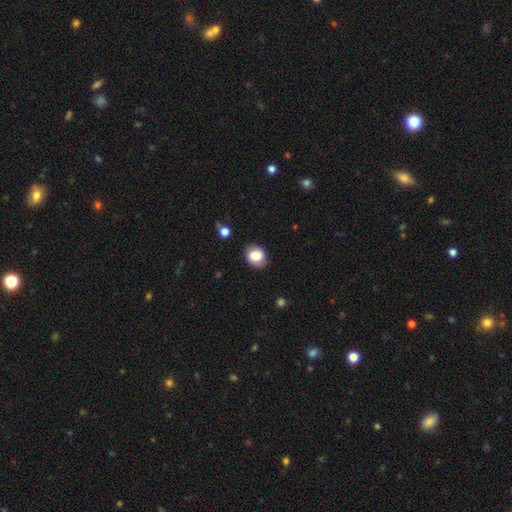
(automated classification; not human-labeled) A smooth galaxy with no disk features (82%) that is round (50%, tied with in between). Merging: none (84%).